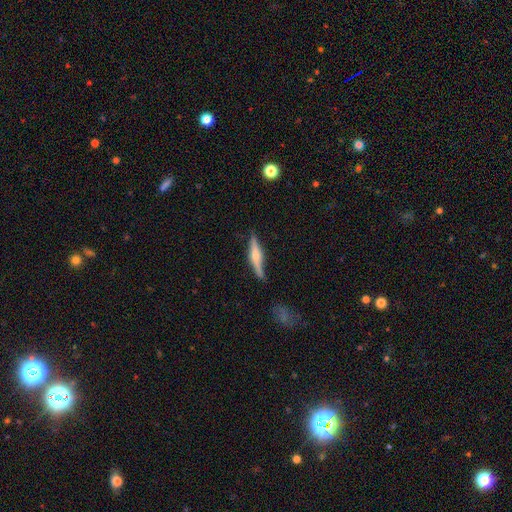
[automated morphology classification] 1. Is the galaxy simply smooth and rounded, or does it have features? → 56% featured or disk, 38% smooth, 6% star or artifact.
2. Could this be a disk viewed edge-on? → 94% yes, 6% no.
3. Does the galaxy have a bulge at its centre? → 75% rounded, 17% boxy, 8% none.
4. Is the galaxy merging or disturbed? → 75% none, 18% minor disturbance, 4% major disturbance, 2% merger.